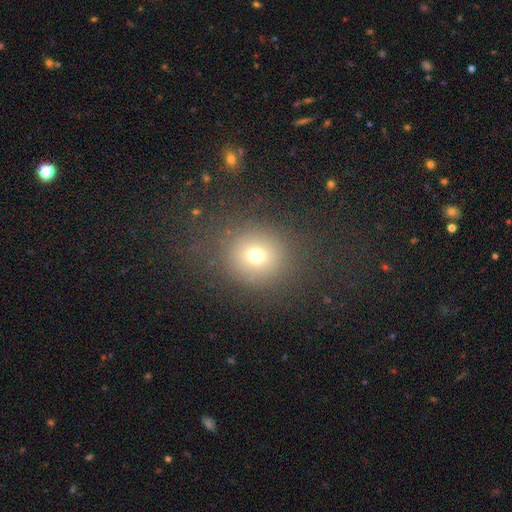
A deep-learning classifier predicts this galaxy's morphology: type=smooth (70%); roundness=round (82%); merging=none (80%).